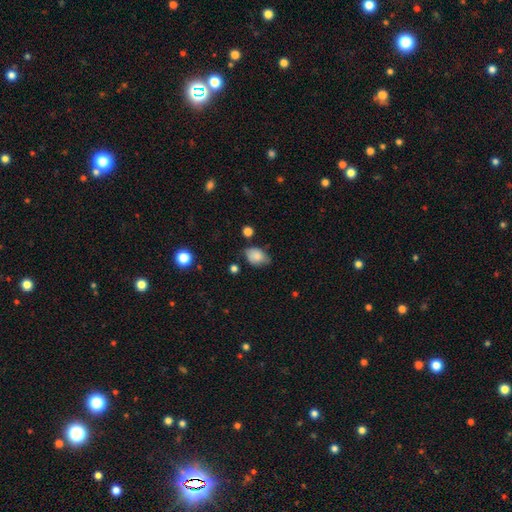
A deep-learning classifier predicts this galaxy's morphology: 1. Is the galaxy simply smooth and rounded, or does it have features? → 81% smooth, 11% featured or disk, 9% star or artifact.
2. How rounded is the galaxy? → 79% in between, 20% round, 1% cigar-shaped.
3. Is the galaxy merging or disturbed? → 57% none, 33% minor disturbance, 7% major disturbance, 3% merger.